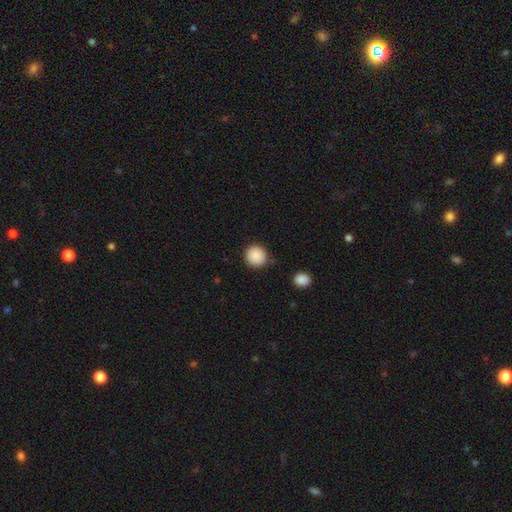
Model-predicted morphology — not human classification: Smooth or featured: smooth — 89% (star or artifact — 8%)
How rounded: round — 93% (in between — 6%)
Merging: none — 87% (minor disturbance — 8%)